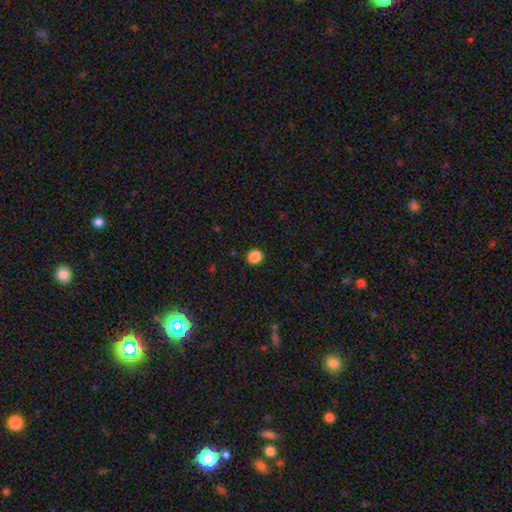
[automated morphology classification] smooth-or-featured: smooth: 86% | star or artifact: 12% | featured or disk: 3%
  how-rounded: round: 80% | in between: 19% | cigar-shaped: 1%
  merging: none: 90% | minor disturbance: 6% | major disturbance: 2% | merger: 1%